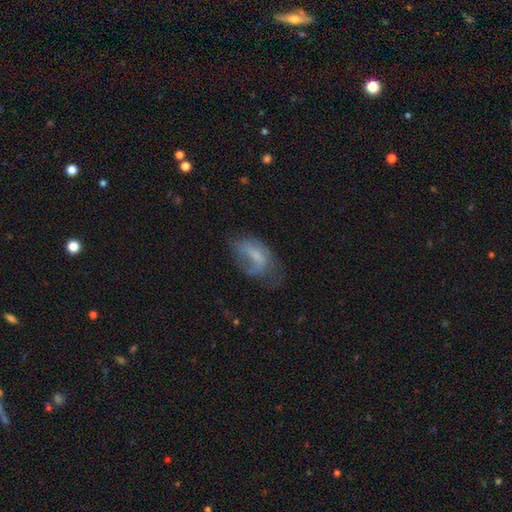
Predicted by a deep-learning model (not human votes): Smooth or featured? smooth (50%)
How rounded? in between (89%)
Merging? major disturbance (38%)